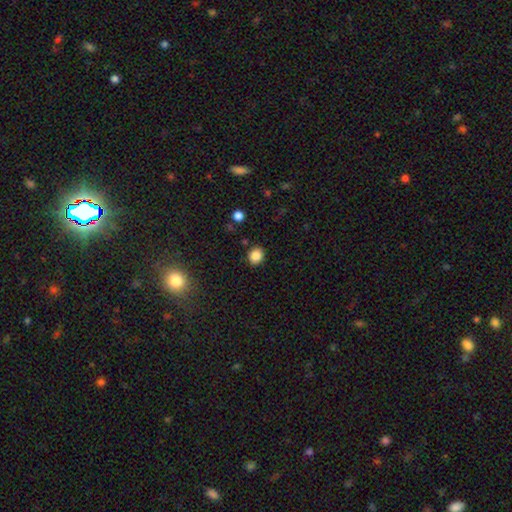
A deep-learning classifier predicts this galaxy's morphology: type=smooth (86%); roundness=round (70%); merging=none (88%).